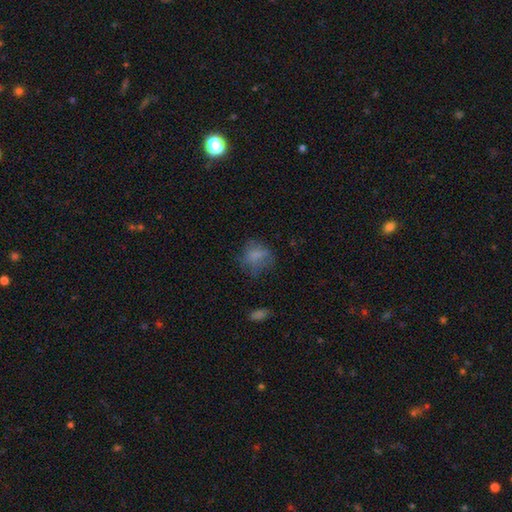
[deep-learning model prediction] The model was most divided on "how rounded": round: 60%, in between: 39%, cigar-shaped: 1%. More confident: smooth or featured — smooth (70%); merging — none (51%).